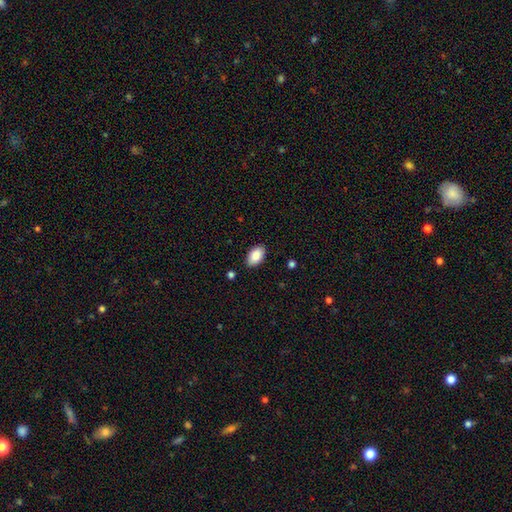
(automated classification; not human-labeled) Overall: smooth (88%). How rounded: in between (94%). Merging: none (87%).